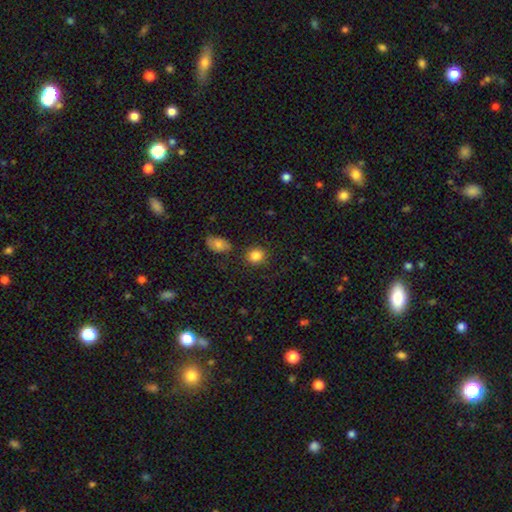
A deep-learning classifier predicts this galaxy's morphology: This is clearly a smooth galaxy (85%). How rounded: likely round (78%). Merging: clearly none (81%).